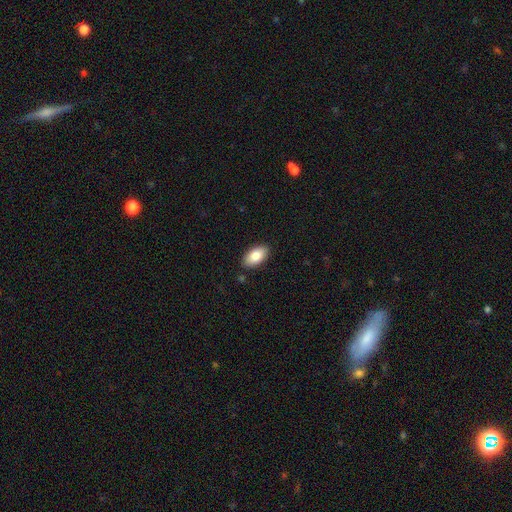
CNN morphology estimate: smooth-or-featured: smooth: 83% | featured or disk: 10% | star or artifact: 7%
  how-rounded: in between: 94% | round: 3% | cigar-shaped: 2%
  merging: none: 88% | minor disturbance: 9% | major disturbance: 2% | merger: 1%